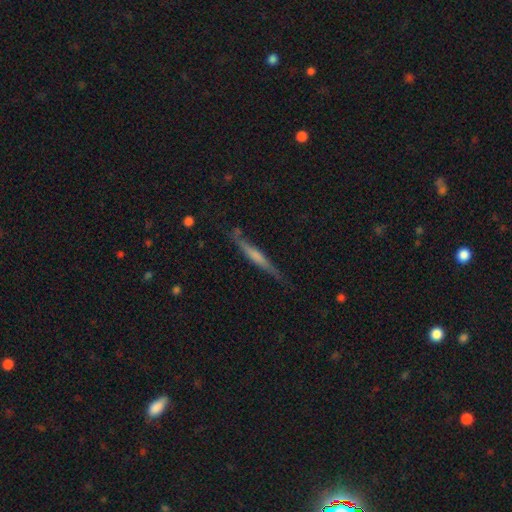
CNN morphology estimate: featured or disk 47% (tied), smooth 47% (tied), star or artifact 6%. Down the decision tree: merging — none (77%).